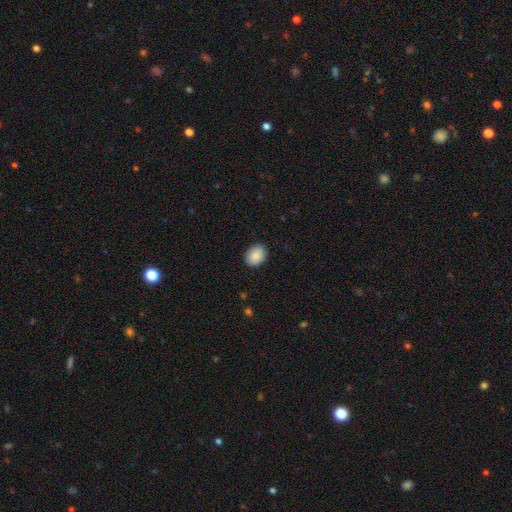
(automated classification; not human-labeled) smooth 88%, star or artifact 7%, featured or disk 4%. Down the decision tree: how rounded — in between (63%); merging — none (89%).